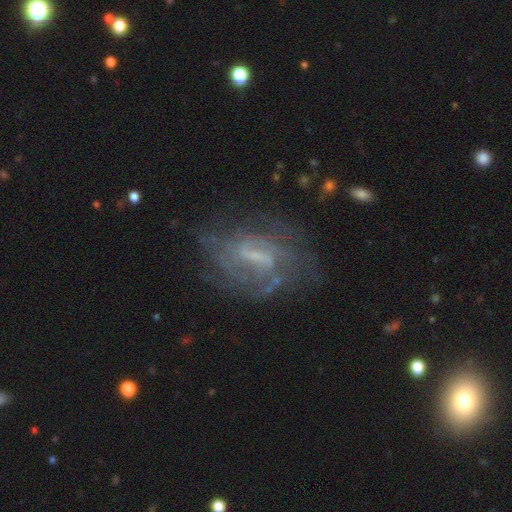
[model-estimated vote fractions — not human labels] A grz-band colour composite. It shows a featured or disk galaxy (79%) with a weak bar (49%), tight (42%) spiral arms (82%) and a small central bulge (42%). Merging: none (61%).